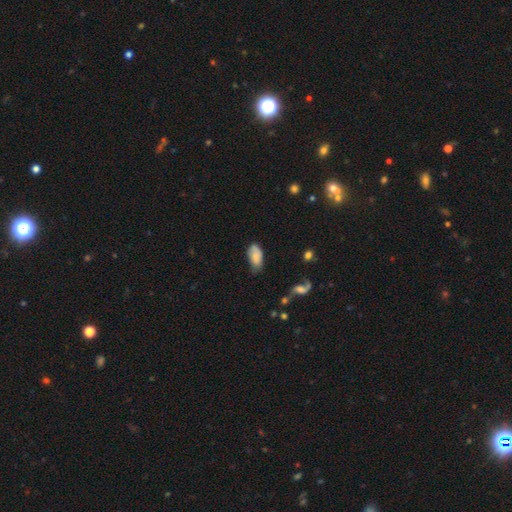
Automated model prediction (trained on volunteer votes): A smooth galaxy with no disk features (78%) that is in between round and cigar-shaped (93%). Merging: none (49%).